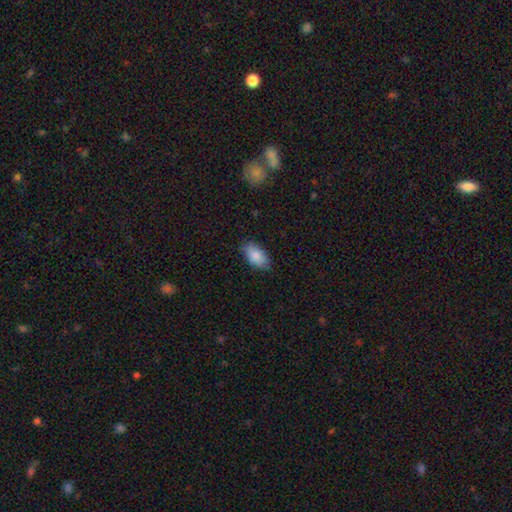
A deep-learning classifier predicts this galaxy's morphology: Q: Smooth or featured?
A: smooth (87%); runner-up: star or artifact (7%)
Q: How rounded?
A: in between (93%); runner-up: round (3%)
Q: Merging?
A: none (82%); runner-up: minor disturbance (14%)